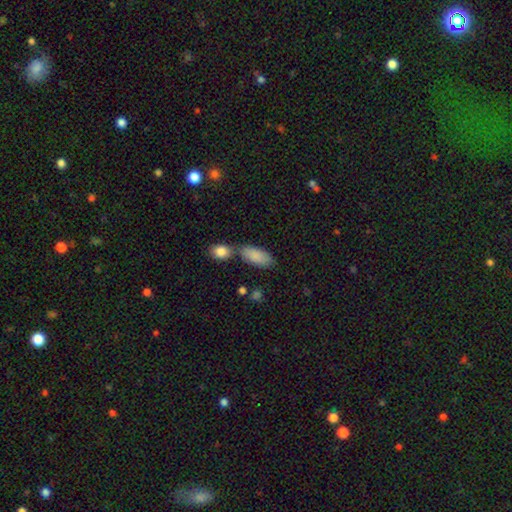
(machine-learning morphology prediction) Smooth or featured?
  - smooth: 86% *
  - featured or disk: 8%
  - star or artifact: 7%
How rounded?
  - in between: 90% *
  - cigar-shaped: 7%
  - round: 3%
Merging?
  - none: 53% *
  - merger: 28%
  - minor disturbance: 15%
  - major disturbance: 5%